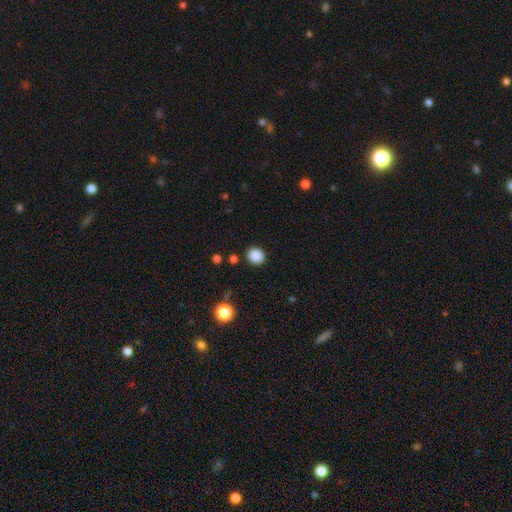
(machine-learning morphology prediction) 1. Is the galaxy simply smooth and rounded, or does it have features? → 87% smooth, 10% star or artifact, 3% featured or disk.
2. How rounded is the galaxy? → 79% round, 20% in between, 1% cigar-shaped.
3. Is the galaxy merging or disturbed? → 88% none, 7% minor disturbance, 3% major disturbance, 2% merger.